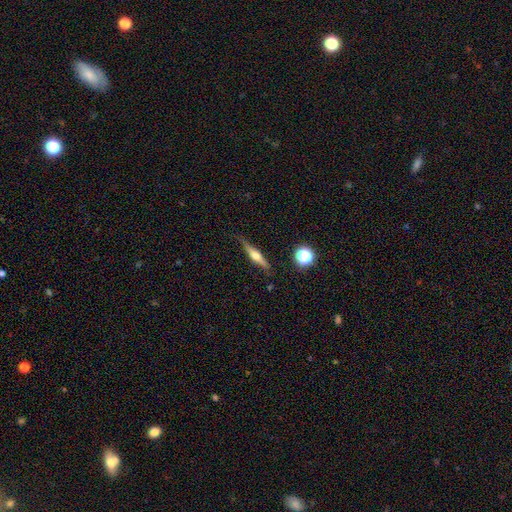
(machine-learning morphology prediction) Overall: featured or disk (64%; smooth 29%). Edge-on disk: yes (96%). Edge-on bulge: rounded (92%). Merging: none (81%).